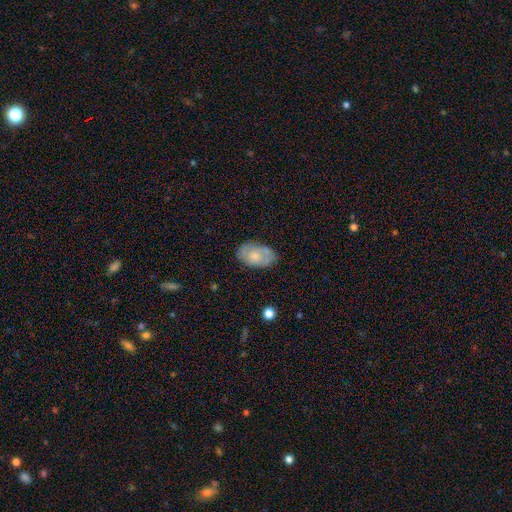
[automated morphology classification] Q: Smooth or featured?
A: smooth (58%); runner-up: featured or disk (35%)
Q: How rounded?
A: in between (91%); runner-up: round (8%)
Q: Merging?
A: none (73%); runner-up: minor disturbance (20%)